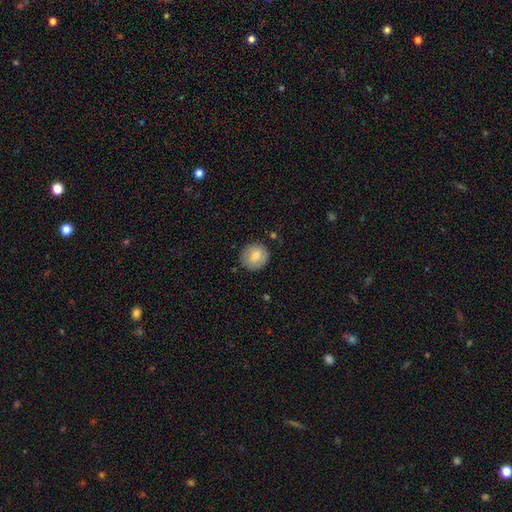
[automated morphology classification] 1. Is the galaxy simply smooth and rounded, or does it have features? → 78% smooth, 15% featured or disk, 7% star or artifact.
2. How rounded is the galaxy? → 84% round, 15% in between, 1% cigar-shaped.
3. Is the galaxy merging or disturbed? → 84% none, 12% minor disturbance, 3% major disturbance, 2% merger.